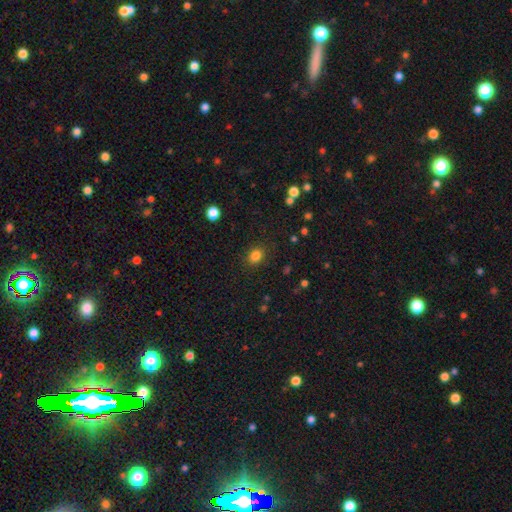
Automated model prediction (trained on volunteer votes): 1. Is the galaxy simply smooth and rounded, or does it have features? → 83% smooth, 12% star or artifact, 5% featured or disk.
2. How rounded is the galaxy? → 56% round, 43% in between, 1% cigar-shaped.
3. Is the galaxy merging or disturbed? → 87% none, 9% minor disturbance, 3% major disturbance, 1% merger.